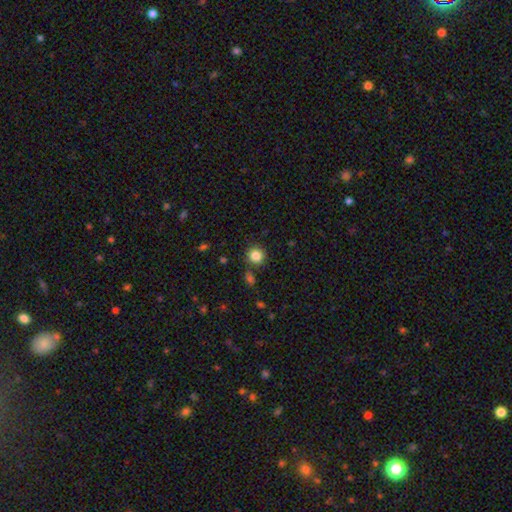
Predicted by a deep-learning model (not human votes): smooth-or-featured: smooth: 84% | star or artifact: 11% | featured or disk: 5%
  how-rounded: round: 91% | in between: 8% | cigar-shaped: 1%
  merging: none: 83% | minor disturbance: 9% | merger: 6% | major disturbance: 3%